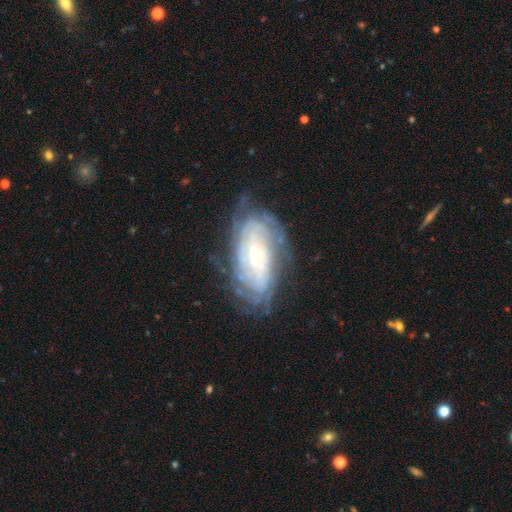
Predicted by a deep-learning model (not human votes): Smooth or featured: featured or disk — 80% (smooth — 14%)
Edge-on disk: no — 93% (yes — 7%)
Bar: no — 66% (weak — 26%)
Spiral arms: yes — 88% (no — 12%)
Spiral winding: tight — 75% (medium — 19%)
Spiral arm count: can't tell — 57% (2 — 12%)
Bulge size: small — 67% (moderate — 28%)
Merging: none — 67% (minor disturbance — 21%)